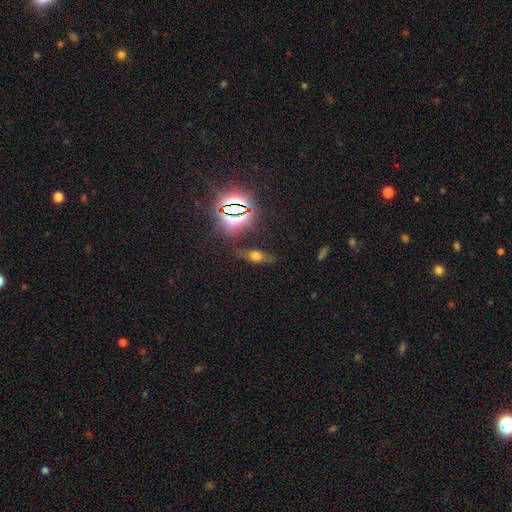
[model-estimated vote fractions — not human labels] A smooth galaxy with no disk features (47%). Merging: none (76%).